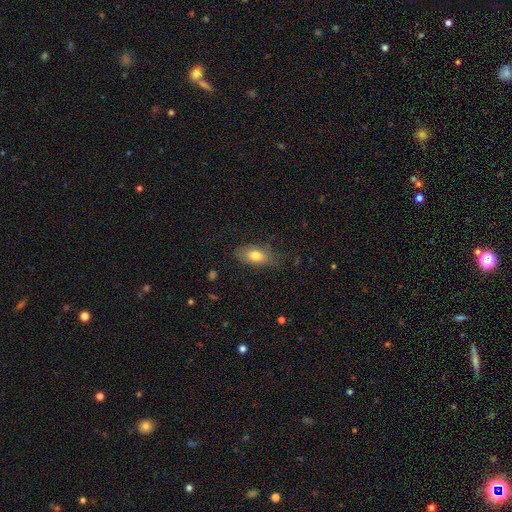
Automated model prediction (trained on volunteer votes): Morphology: type=smooth (76%); roundness=in between (87%); merging=none (69%).